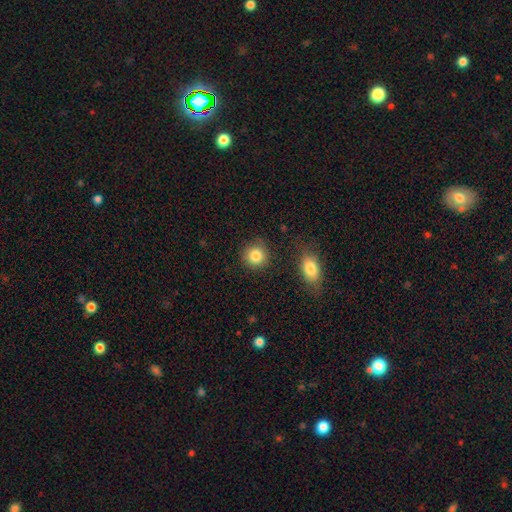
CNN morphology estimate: Smooth or featured: smooth — 85% (star or artifact — 9%)
How rounded: round — 90% (in between — 9%)
Merging: none — 84% (minor disturbance — 9%)